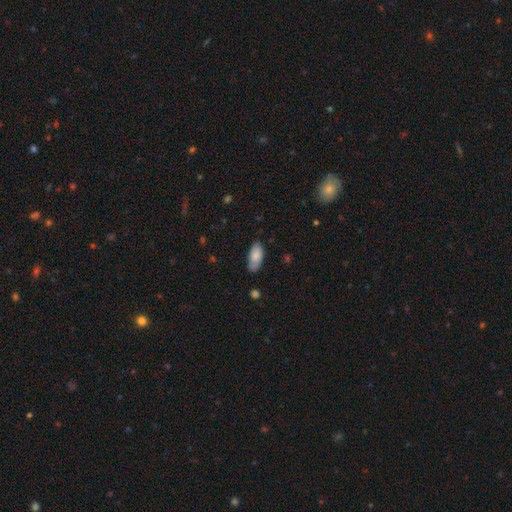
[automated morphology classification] Smooth or featured?
  - smooth: 80% *
  - featured or disk: 14%
  - star or artifact: 6%
How rounded?
  - in between: 90% *
  - cigar-shaped: 7%
  - round: 2%
Merging?
  - none: 71% *
  - minor disturbance: 22%
  - major disturbance: 5%
  - merger: 2%